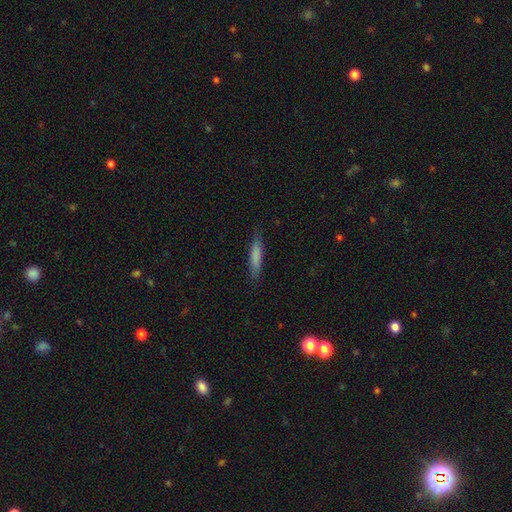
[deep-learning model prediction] This appears to be a smooth galaxy with no disk features (77%) that is cigar-shaped (87%). Merging: none (86%).